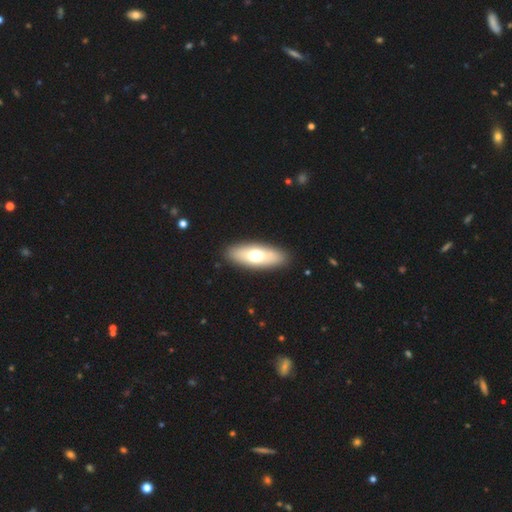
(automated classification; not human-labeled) This appears to be a smooth galaxy with no disk features (61%) that is in between round and cigar-shaped (70%). Merging: none (90%).